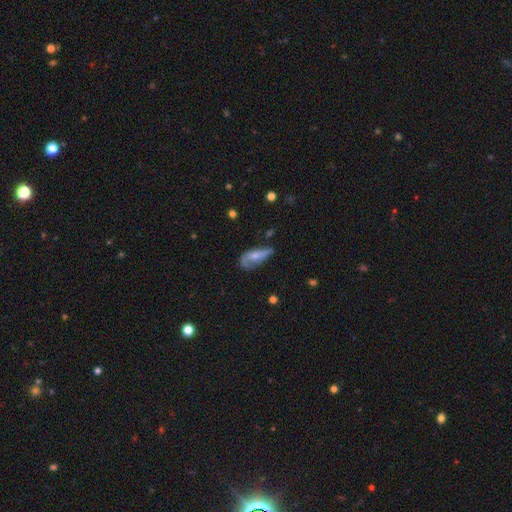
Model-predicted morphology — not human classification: A smooth galaxy with no disk features (48%). Merging: minor disturbance (35%, tied with none).